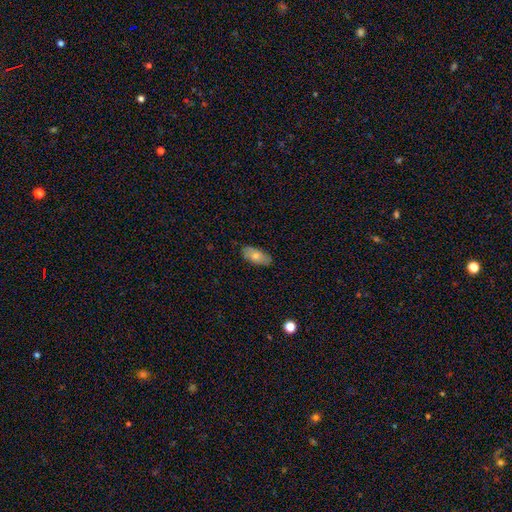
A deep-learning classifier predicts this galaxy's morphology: Smooth or featured? smooth (74%)
How rounded? in between (89%)
Merging? none (84%)